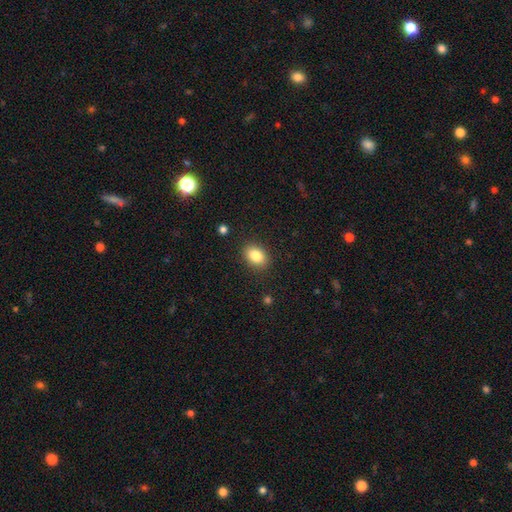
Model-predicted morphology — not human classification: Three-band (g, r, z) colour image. It shows a smooth galaxy with no disk features (84%) that is in between round and cigar-shaped (73%). Merging: none (88%).